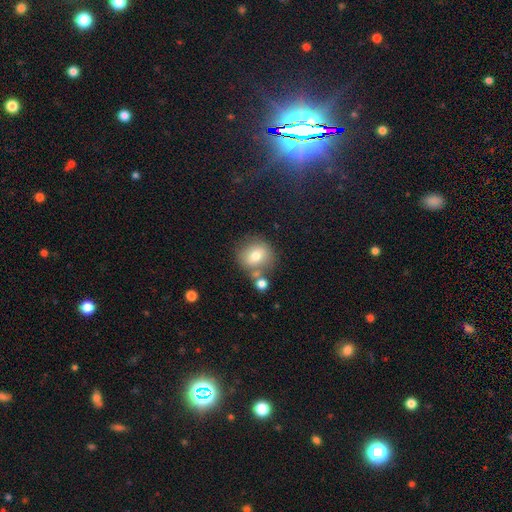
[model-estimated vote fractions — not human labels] smooth_or_featured: smooth (p=0.73) [alt: featured or disk p=0.16]
how_rounded: round (p=0.80) [alt: in between p=0.19]
merging: none (p=0.64) [alt: merger p=0.17]